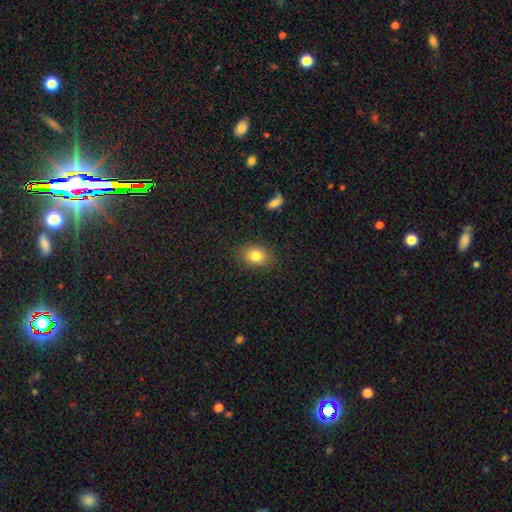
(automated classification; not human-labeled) This is clearly a smooth galaxy (82%). How rounded: likely in between (63%). Merging: clearly none (87%).